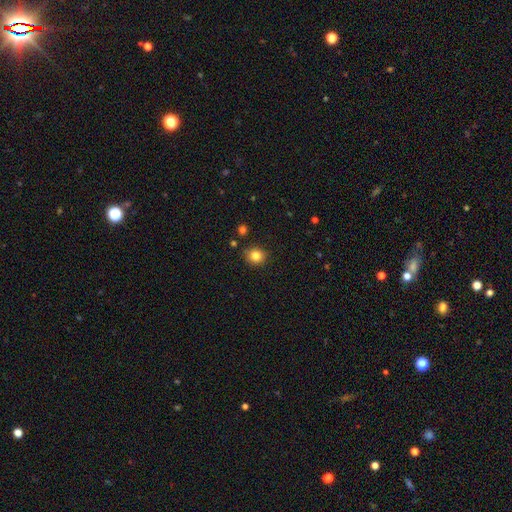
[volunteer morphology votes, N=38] Q: Smooth or featured?
A: smooth (82%); runner-up: featured or disk (11%)
Q: How rounded?
A: round (77%); runner-up: in between (23%)
Q: Merging?
A: none (91%); runner-up: minor disturbance (9%)